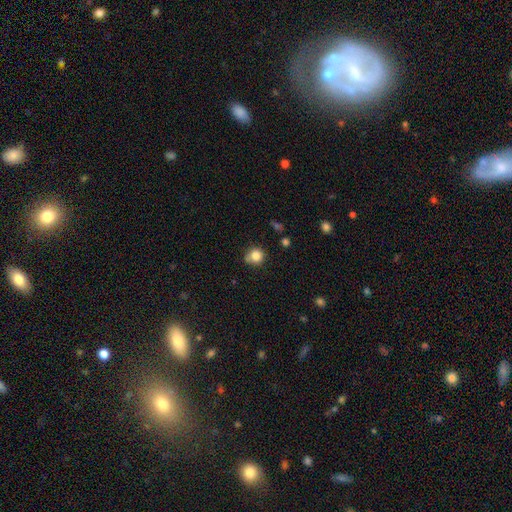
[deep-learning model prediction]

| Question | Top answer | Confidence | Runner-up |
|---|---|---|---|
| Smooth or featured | smooth | 83% | star or artifact (11%) |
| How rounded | round | 89% | in between (11%) |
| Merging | none | 69% | minor disturbance (20%) |